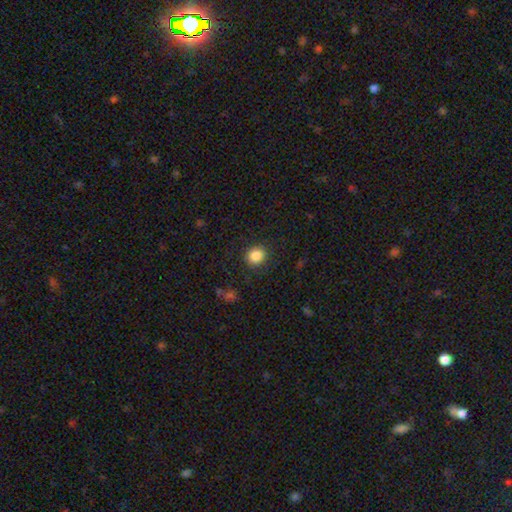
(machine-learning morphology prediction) smooth 86%, star or artifact 10%, featured or disk 4%. Down the decision tree: how rounded — round (81%); merging — none (88%).